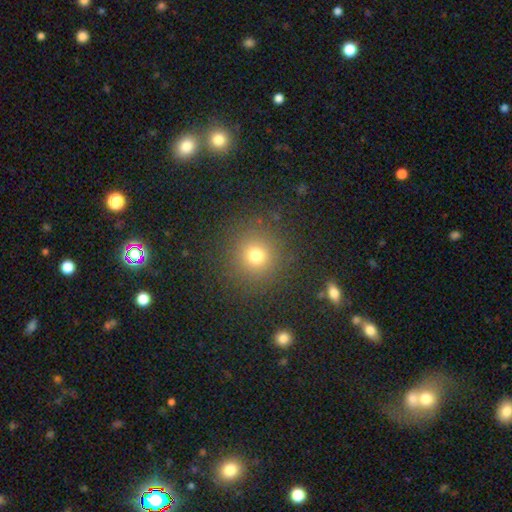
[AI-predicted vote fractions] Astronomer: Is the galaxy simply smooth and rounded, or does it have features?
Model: smooth — 71%.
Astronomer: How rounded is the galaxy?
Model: round — 93%.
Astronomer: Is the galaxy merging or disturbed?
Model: none — 88%.